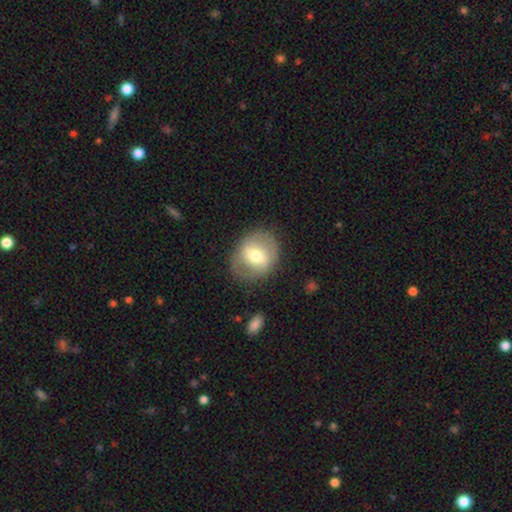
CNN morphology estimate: This appears to be a smooth galaxy with no disk features (47%). Merging: none (78%).